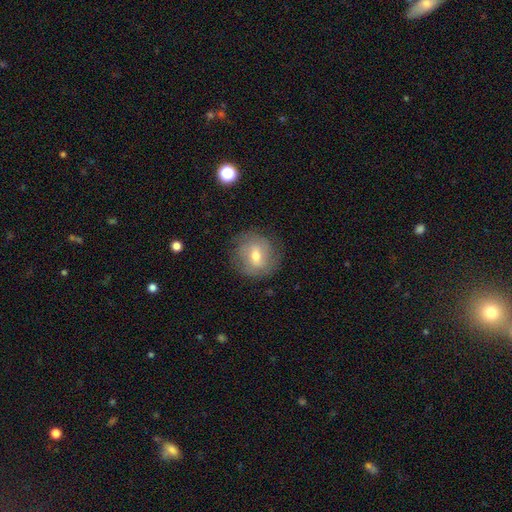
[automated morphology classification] Smooth or featured? Predicted: smooth (p=0.46). Merging? Predicted: none (p=0.80).